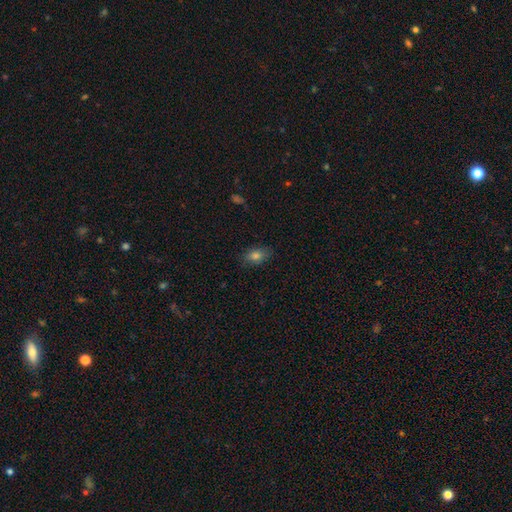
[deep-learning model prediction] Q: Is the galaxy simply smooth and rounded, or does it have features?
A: smooth — 79%.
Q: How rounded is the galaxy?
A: in between — 81%.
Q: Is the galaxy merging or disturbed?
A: none — 83%.